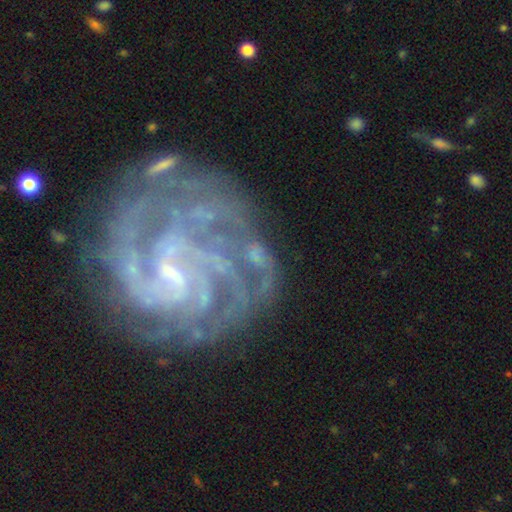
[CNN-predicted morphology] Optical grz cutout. It shows a featured or disk galaxy (73%) with no bar (40%), tight (63%) spiral arms (84%) and a small central bulge (49%). Merging: none (56%).